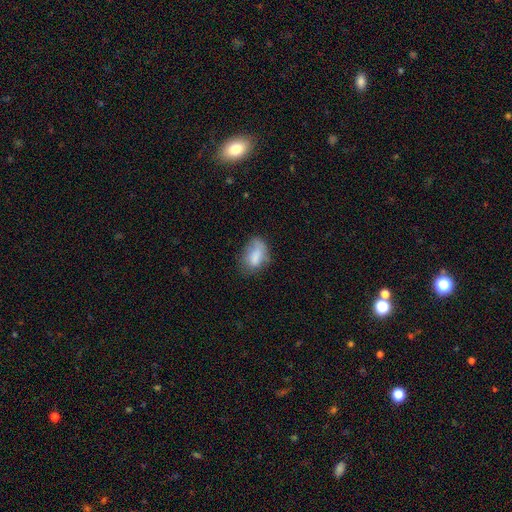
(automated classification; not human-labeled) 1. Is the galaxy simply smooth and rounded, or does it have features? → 77% smooth, 14% featured or disk, 9% star or artifact.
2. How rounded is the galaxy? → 88% in between, 10% round, 2% cigar-shaped.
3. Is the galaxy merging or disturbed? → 49% none, 32% minor disturbance, 15% major disturbance, 3% merger.